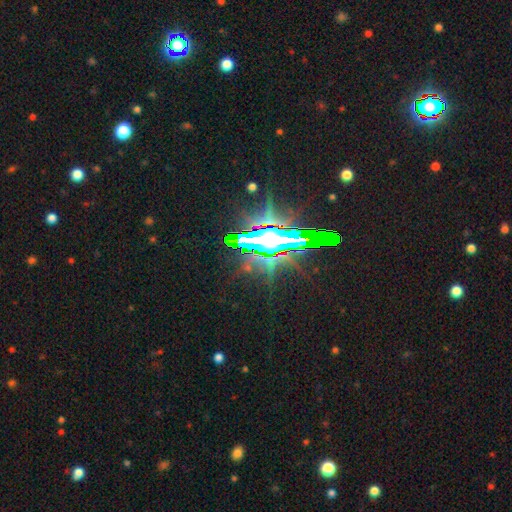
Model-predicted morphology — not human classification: A star or artifact, not a galaxy (75%).